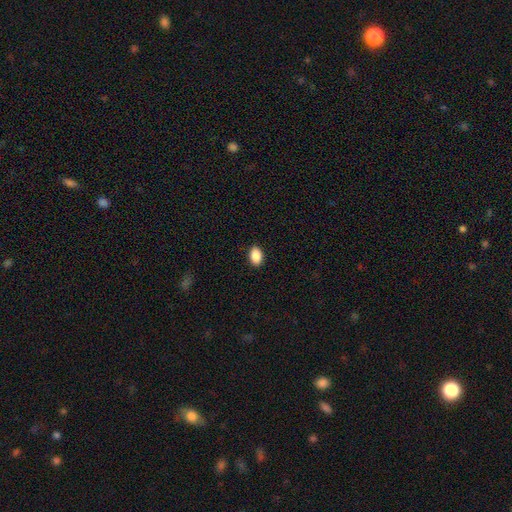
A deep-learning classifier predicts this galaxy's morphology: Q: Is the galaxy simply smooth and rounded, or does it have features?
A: smooth — 89%.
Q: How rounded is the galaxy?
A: in between — 84%.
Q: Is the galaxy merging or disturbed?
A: none — 90%.